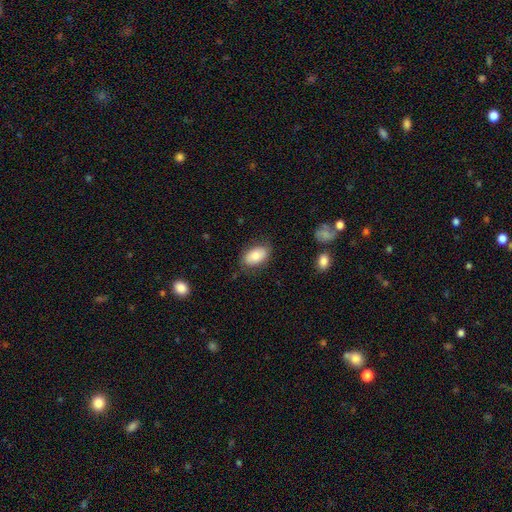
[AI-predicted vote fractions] Q: Smooth or featured?
A: smooth (78%); runner-up: featured or disk (15%)
Q: How rounded?
A: in between (92%); runner-up: round (6%)
Q: Merging?
A: none (78%); runner-up: minor disturbance (16%)